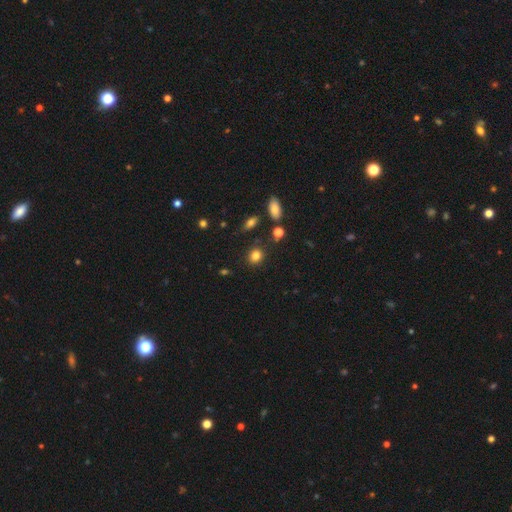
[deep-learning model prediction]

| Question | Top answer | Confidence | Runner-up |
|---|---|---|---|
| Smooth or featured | smooth | 83% | star or artifact (11%) |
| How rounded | round | 71% | in between (28%) |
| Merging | none | 84% | minor disturbance (10%) |